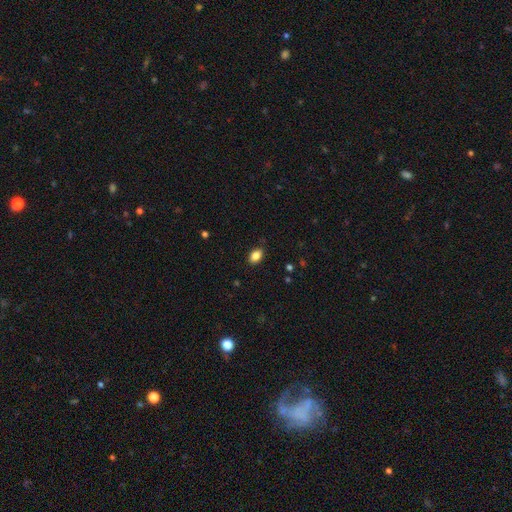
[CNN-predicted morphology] A smooth galaxy with no disk features (86%) that is in between round and cigar-shaped (86%).

Vote fractions:
- Smooth or featured? smooth: 86% / star or artifact: 9% / featured or disk: 5%
- How rounded? in between: 86% / round: 12% / cigar-shaped: 2%
- Merging? none: 87% / minor disturbance: 10% / major disturbance: 2% / merger: 1%